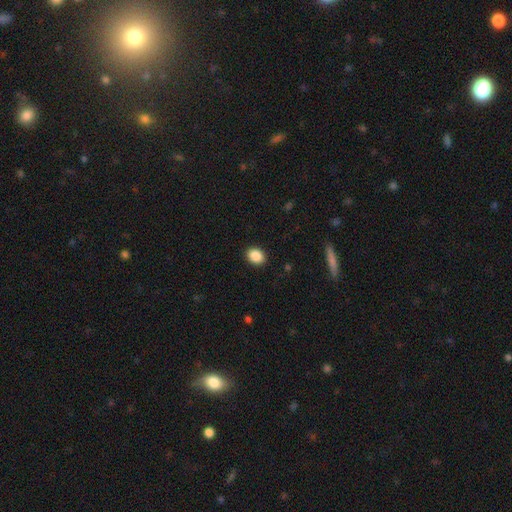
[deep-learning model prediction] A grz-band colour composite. It shows a smooth galaxy with no disk features (89%) that is in between round and cigar-shaped (58%). Merging: none (91%).